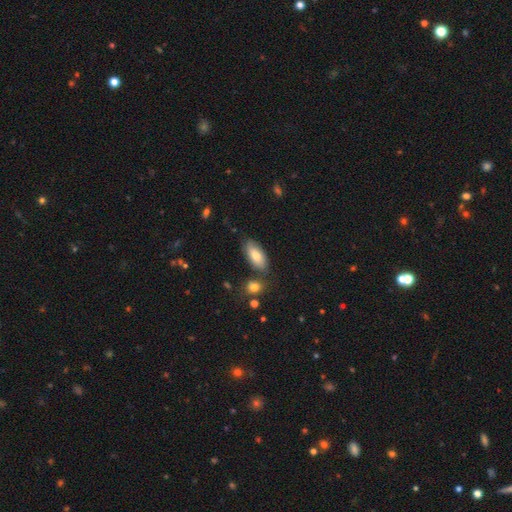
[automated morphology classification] Smooth or featured? smooth (77%)
How rounded? in between (88%)
Merging? none (74%)